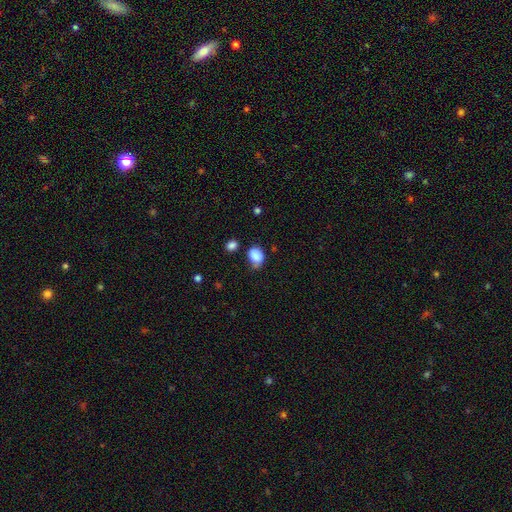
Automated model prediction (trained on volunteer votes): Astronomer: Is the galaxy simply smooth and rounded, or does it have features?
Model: smooth — 86%.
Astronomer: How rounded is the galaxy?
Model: in between — 55% (runner-up: round, 44%).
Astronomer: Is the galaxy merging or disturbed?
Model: none — 53% (runner-up: minor disturbance, 30%).